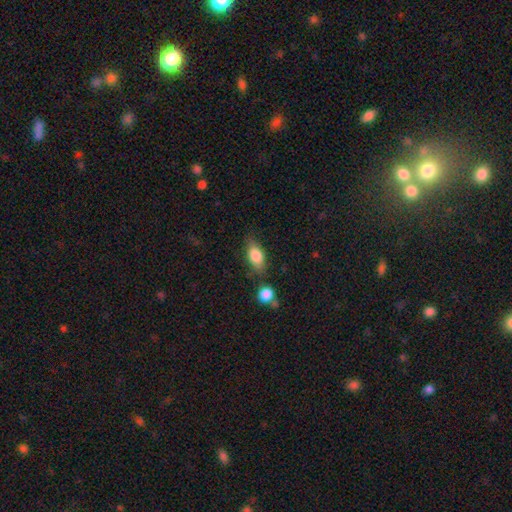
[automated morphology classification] smooth 81%, featured or disk 11%, star or artifact 8%. Down the decision tree: how rounded — in between (85%); merging — none (69%).